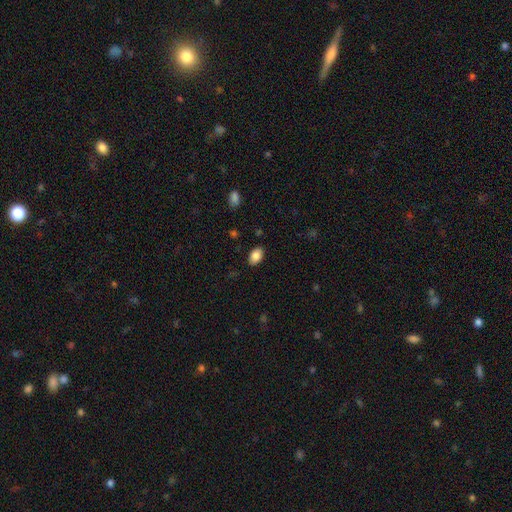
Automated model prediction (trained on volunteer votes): Overall: smooth (86%). How rounded: in between (89%). Merging: none (87%).